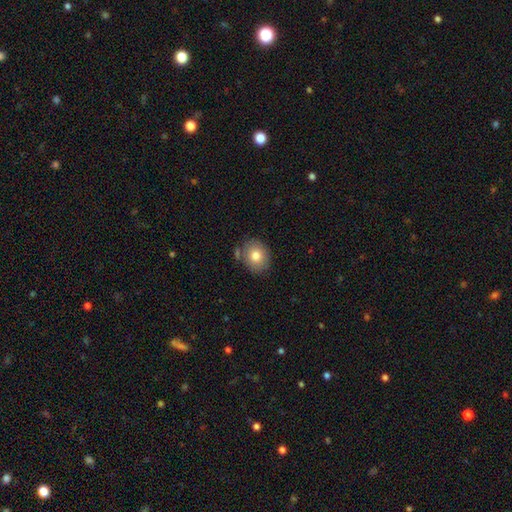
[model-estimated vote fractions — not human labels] This appears to be a smooth galaxy with no disk features (78%) that is round (57%). Merging: none (77%).